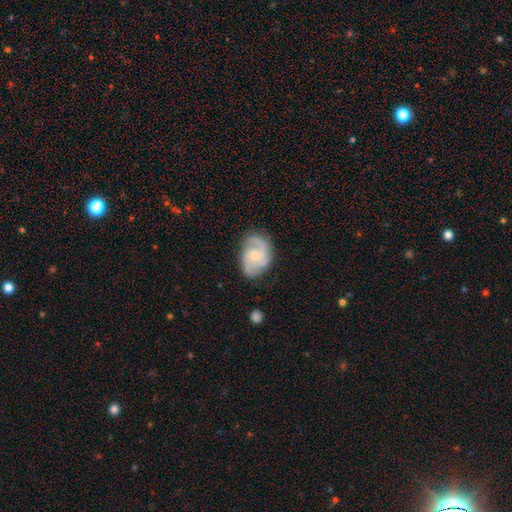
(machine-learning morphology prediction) Smooth or featured?
  - featured or disk: 79% *
  - smooth: 16%
  - star or artifact: 5%
Edge-on disk?
  - no: 98% *
  - yes: 2%
Bar?
  - no: 62% *
  - weak: 34%
  - strong: 4%
Spiral arms?
  - yes: 95% *
  - no: 5%
Spiral winding?
  - medium: 52% *
  - tight: 30%
  - loose: 18%
Spiral arm count?
  - 2: 56% *
  - 3: 24%
  - can't tell: 11%
  - 1: 3%
  - 4: 3%
  - more than 4: 3%
Bulge size?
  - small: 59% *
  - moderate: 33%
  - none: 5%
  - large: 2%
  - dominant: 1%
Merging?
  - none: 70% *
  - minor disturbance: 21%
  - major disturbance: 7%
  - merger: 2%